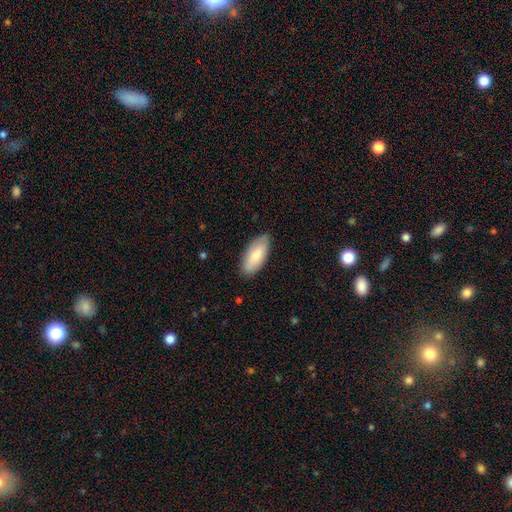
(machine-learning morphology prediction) smooth_or_featured: smooth (p=0.78) [alt: featured or disk p=0.16]
how_rounded: in between (p=0.88) [alt: cigar-shaped p=0.11]
merging: none (p=0.84) [alt: minor disturbance p=0.13]